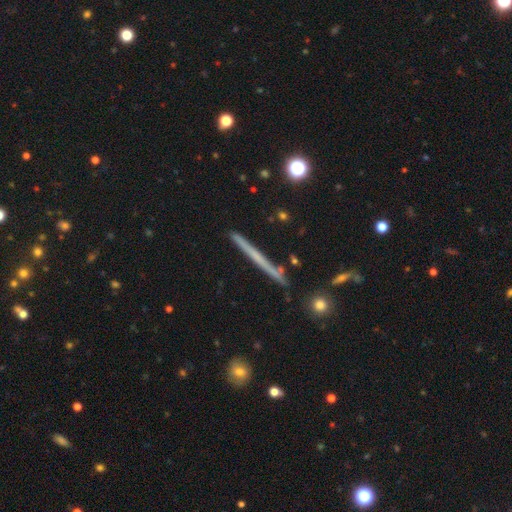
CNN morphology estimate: A featured or disk galaxy (57%) viewed edge-on (97%) with no central bulge (86%).

Vote fractions:
- Smooth or featured? featured or disk: 57% / smooth: 37% / star or artifact: 6%
- Edge-on disk? yes: 97% / no: 3%
- Edge-on bulge? none: 86% / rounded: 10% / boxy: 3%
- Merging? none: 88% / minor disturbance: 8% / merger: 2% / major disturbance: 2%